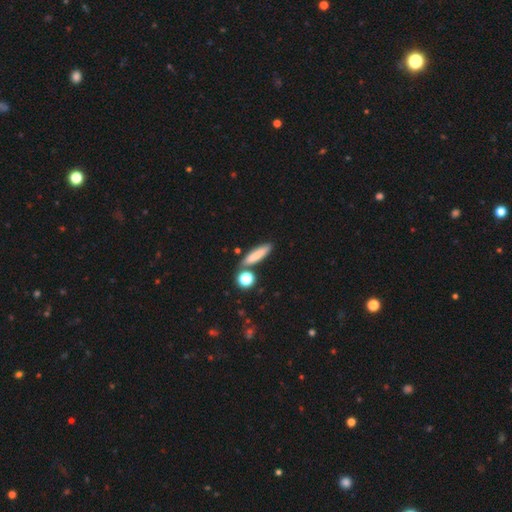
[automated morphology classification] The model was most divided on "how rounded": cigar-shaped: 69%, in between: 25%, round: 6%. More confident: smooth or featured — smooth (79%); merging — none (74%).